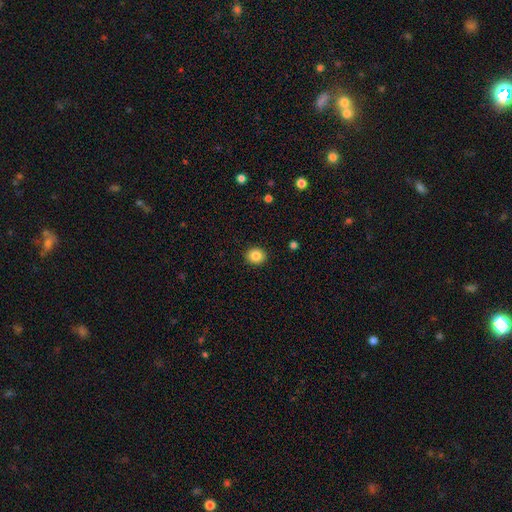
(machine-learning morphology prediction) This appears to be a smooth galaxy with no disk features (85%) that is round (75%). Merging: none (91%).